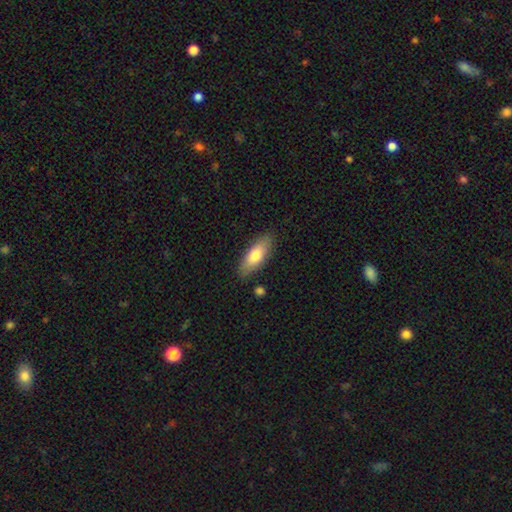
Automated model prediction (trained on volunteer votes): smooth 73%, featured or disk 22%, star or artifact 6%. Down the decision tree: how rounded — in between (69%); merging — none (85%).